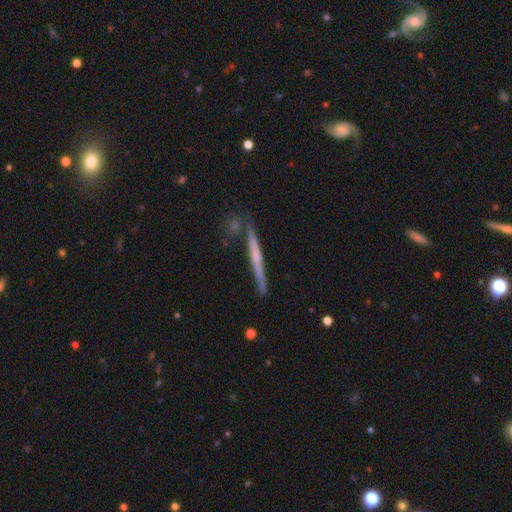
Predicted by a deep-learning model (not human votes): Smooth or featured? featured or disk (60%)
Edge-on disk? yes (97%)
Edge-on bulge? none (62%)
Merging? none (83%)